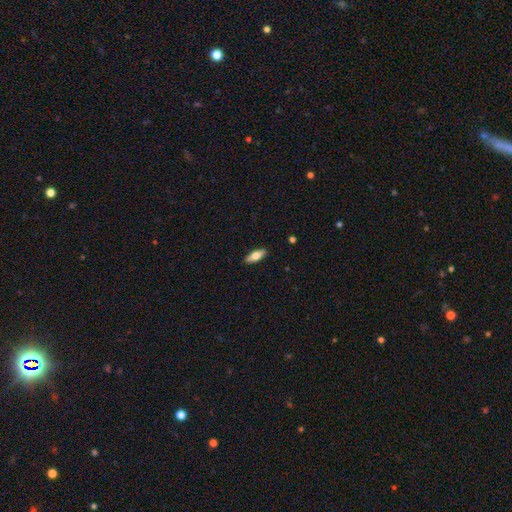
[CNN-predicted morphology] This appears to be a smooth galaxy with no disk features (71%) that is in between round and cigar-shaped (71%). Merging: none (90%).